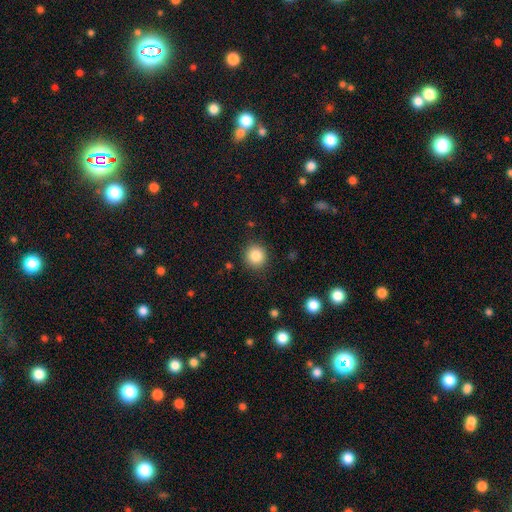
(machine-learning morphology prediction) Smooth or featured: smooth — 85% (star or artifact — 10%)
How rounded: round — 92% (in between — 7%)
Merging: none — 89% (minor disturbance — 7%)